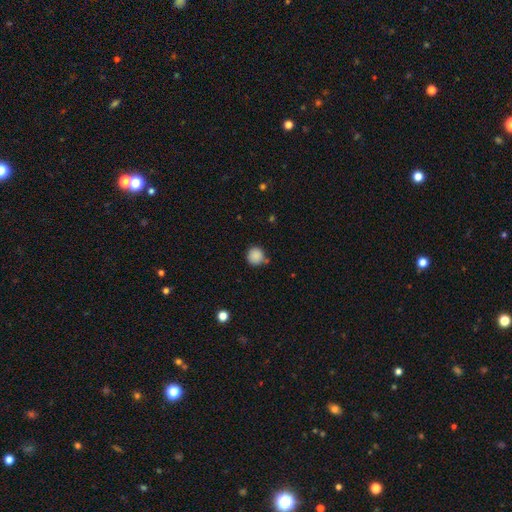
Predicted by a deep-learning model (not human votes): smooth-or-featured: smooth: 87% | star or artifact: 10% | featured or disk: 3%
  how-rounded: round: 92% | in between: 7% | cigar-shaped: 1%
  merging: none: 75% | minor disturbance: 14% | merger: 7% | major disturbance: 4%